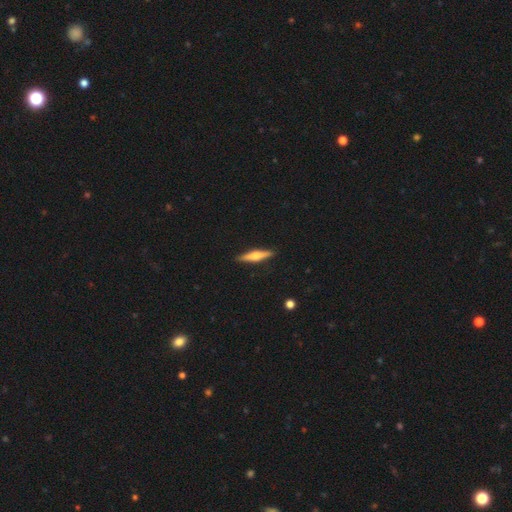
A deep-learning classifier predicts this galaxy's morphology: type=featured or disk (55%); edge-on=yes (96%); edge-on bulge=rounded (83%); merging=none (90%).